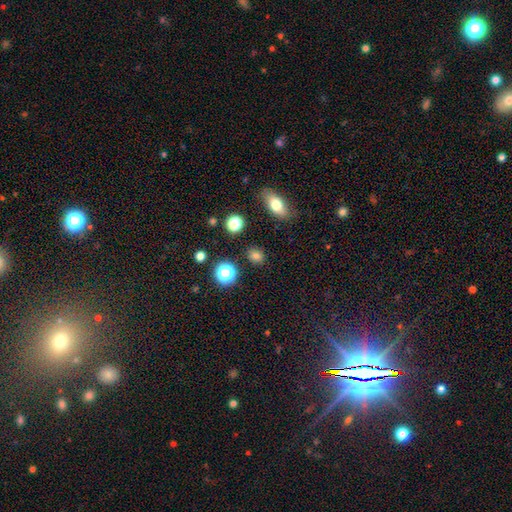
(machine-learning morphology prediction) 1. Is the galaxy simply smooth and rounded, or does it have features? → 75% smooth, 19% star or artifact, 6% featured or disk.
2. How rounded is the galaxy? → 59% round, 39% in between, 2% cigar-shaped.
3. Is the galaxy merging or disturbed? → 87% none, 8% minor disturbance, 3% major disturbance, 2% merger.